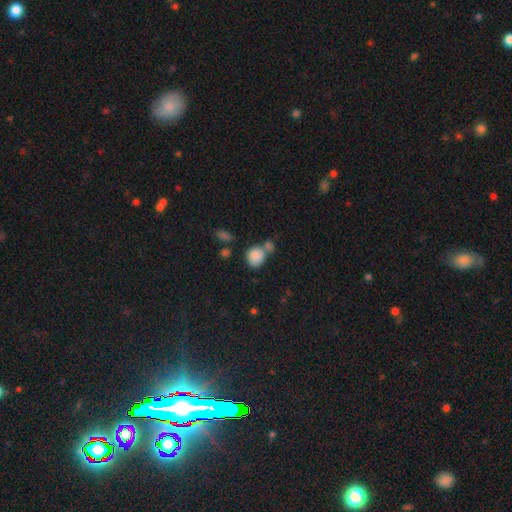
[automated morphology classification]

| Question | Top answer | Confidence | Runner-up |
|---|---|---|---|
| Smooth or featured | smooth | 84% | star or artifact (9%) |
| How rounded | round | 72% | in between (26%) |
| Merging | none | 47% | merger (34%) |